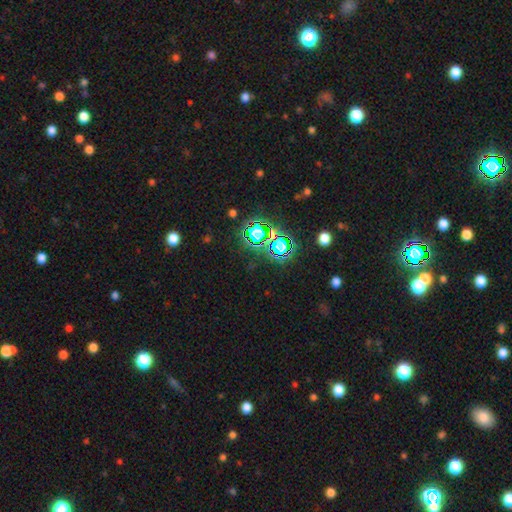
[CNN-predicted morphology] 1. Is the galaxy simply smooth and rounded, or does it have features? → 73% star or artifact, 19% smooth, 9% featured or disk.